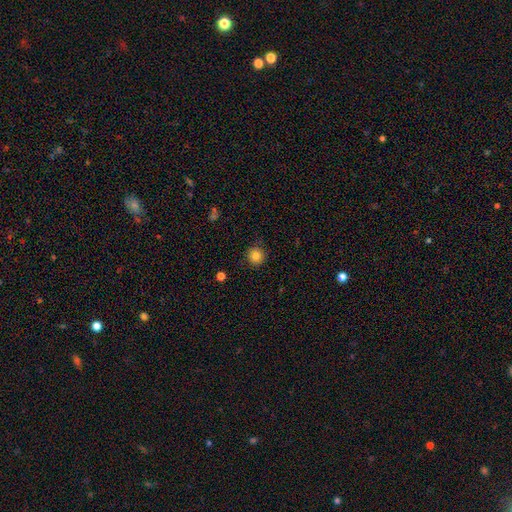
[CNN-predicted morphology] A smooth galaxy with no disk features (82%) that is round (94%). Merging: none (88%).